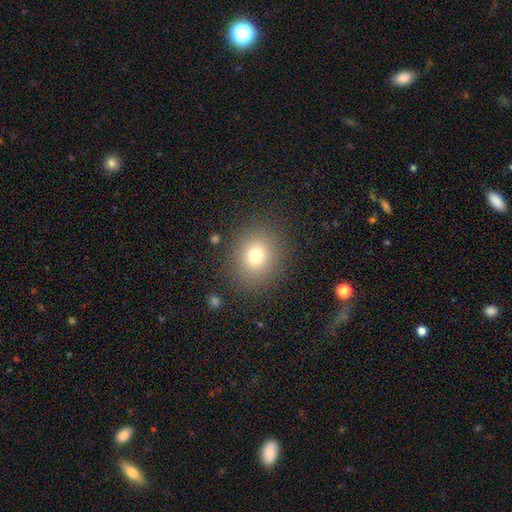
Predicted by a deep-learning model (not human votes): Overall: smooth (74%). How rounded: round (77%). Merging: none (86%).